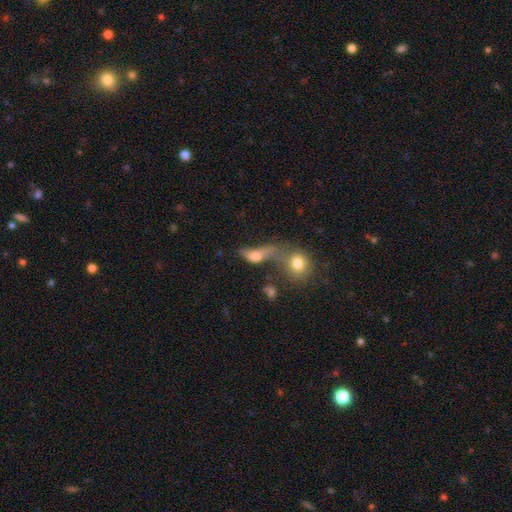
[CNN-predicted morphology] Smooth or featured? Predicted: smooth (p=0.63). How rounded? Predicted: in between (p=0.67). Merging? Predicted: merger (p=0.53).